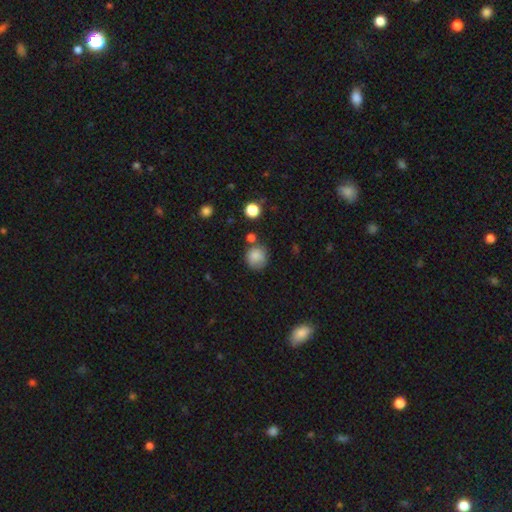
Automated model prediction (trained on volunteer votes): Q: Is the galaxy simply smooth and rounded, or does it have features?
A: smooth — 83%.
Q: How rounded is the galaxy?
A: round — 88%.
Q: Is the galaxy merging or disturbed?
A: none — 68%.